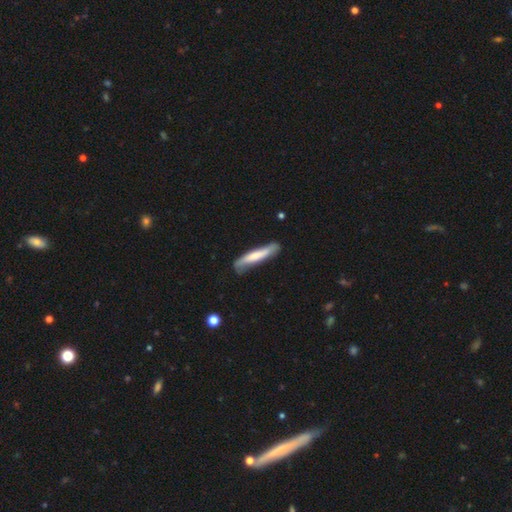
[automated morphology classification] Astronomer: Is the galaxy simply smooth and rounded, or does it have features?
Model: smooth — 58% (runner-up: featured or disk, 37%).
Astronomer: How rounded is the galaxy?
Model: cigar-shaped — 89%.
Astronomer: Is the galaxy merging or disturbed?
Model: none — 72%.